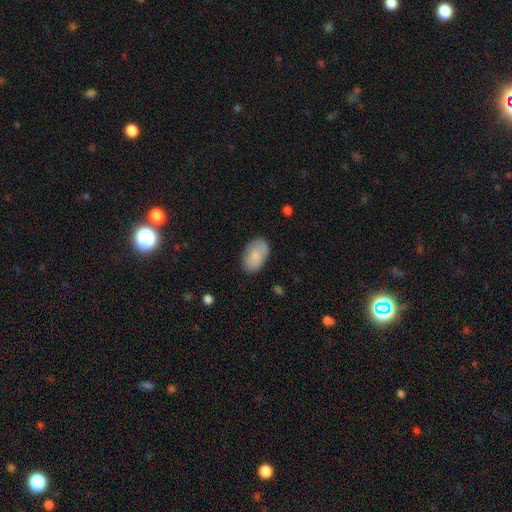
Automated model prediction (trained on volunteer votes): Q: Smooth or featured?
A: smooth (81%); runner-up: featured or disk (12%)
Q: How rounded?
A: in between (93%); runner-up: round (6%)
Q: Merging?
A: none (81%); runner-up: minor disturbance (15%)